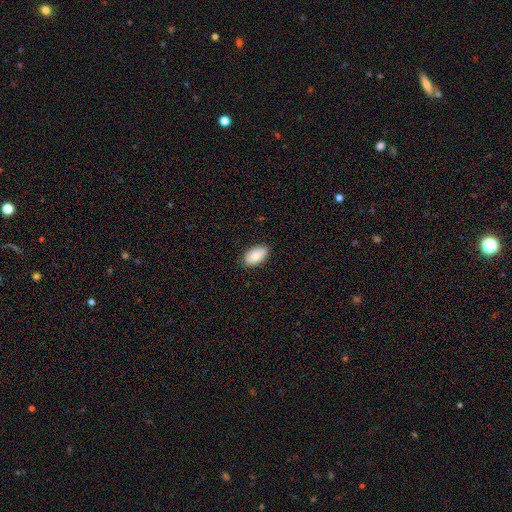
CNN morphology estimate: A smooth galaxy with no disk features (85%) that is in between round and cigar-shaped (94%).

Vote fractions:
- Smooth or featured? smooth: 85% / featured or disk: 9% / star or artifact: 6%
- How rounded? in between: 94% / round: 4% / cigar-shaped: 2%
- Merging? none: 84% / minor disturbance: 13% / major disturbance: 2% / merger: 1%